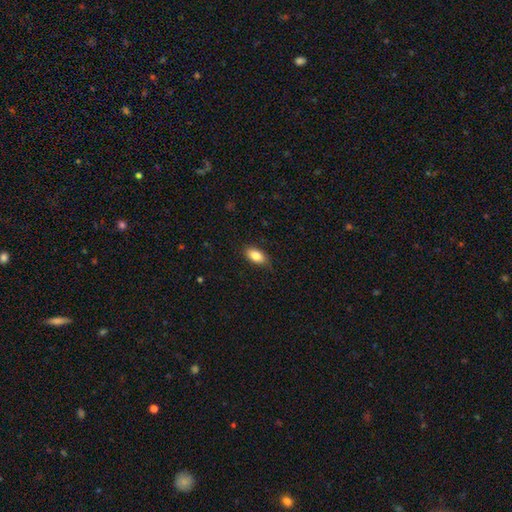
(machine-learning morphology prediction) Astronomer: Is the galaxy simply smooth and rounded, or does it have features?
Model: smooth — 85%.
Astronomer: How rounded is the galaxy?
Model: in between — 90%.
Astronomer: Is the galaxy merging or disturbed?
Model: none — 79%.